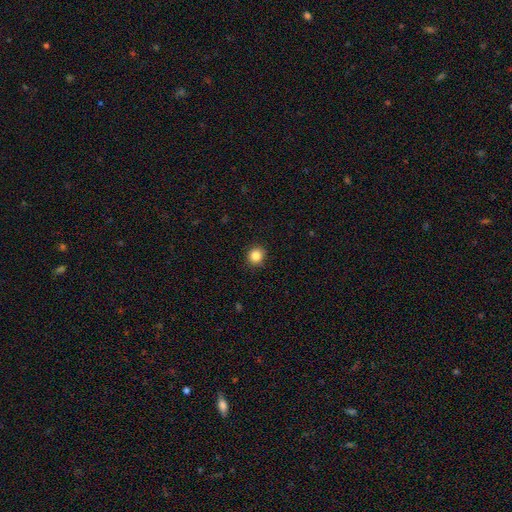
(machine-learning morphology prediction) Smooth or featured: smooth — 85% (star or artifact — 11%)
How rounded: round — 89% (in between — 11%)
Merging: none — 91% (minor disturbance — 7%)